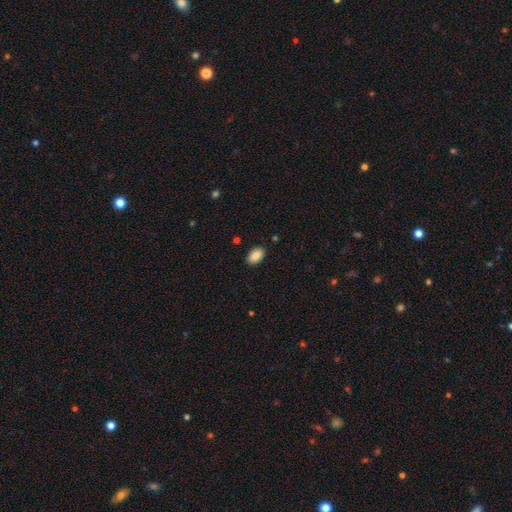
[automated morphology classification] A smooth galaxy with no disk features (88%) that is in between round and cigar-shaped (93%).

Vote fractions:
- Smooth or featured? smooth: 88% / star or artifact: 7% / featured or disk: 5%
- How rounded? in between: 93% / round: 6% / cigar-shaped: 2%
- Merging? none: 89% / minor disturbance: 8% / major disturbance: 2% / merger: 1%